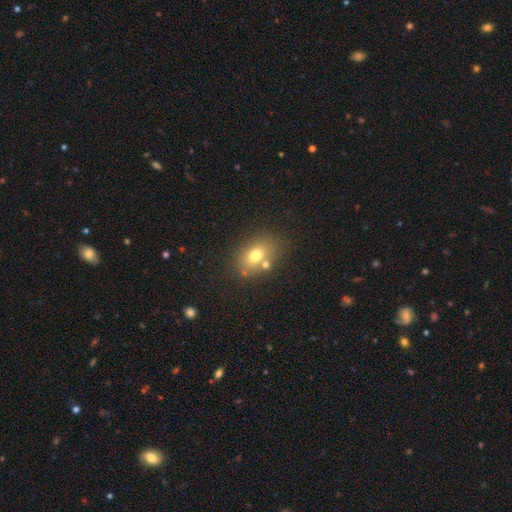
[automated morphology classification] Q: Smooth or featured?
A: smooth (72%); runner-up: featured or disk (16%)
Q: How rounded?
A: in between (72%); runner-up: round (27%)
Q: Merging?
A: none (67%); runner-up: merger (15%)